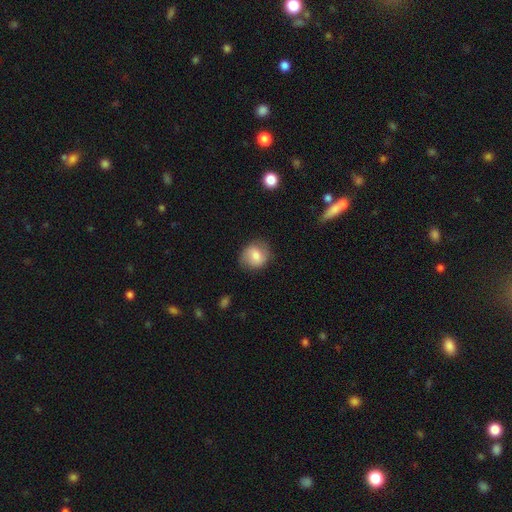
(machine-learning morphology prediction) This is likely a smooth galaxy (73%). How rounded: likely round (73%). Merging: likely none (77%).